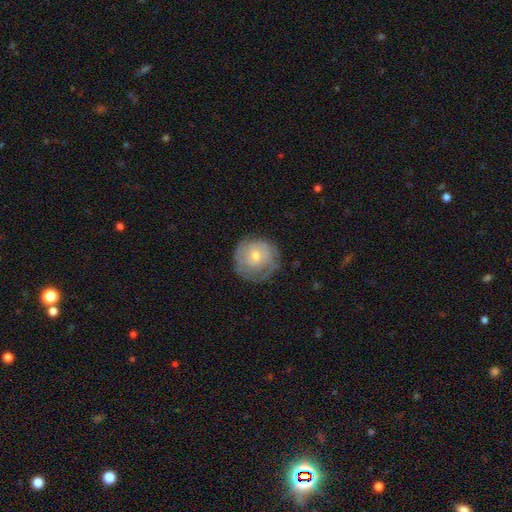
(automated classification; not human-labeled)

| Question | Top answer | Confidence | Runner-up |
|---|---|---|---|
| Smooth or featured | featured or disk | 60% | smooth (32%) |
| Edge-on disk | no | 97% | yes (3%) |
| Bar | no | 76% | weak (21%) |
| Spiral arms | yes | 77% | no (23%) |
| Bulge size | small | 52% | moderate (44%) |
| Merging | none | 72% | minor disturbance (19%) |